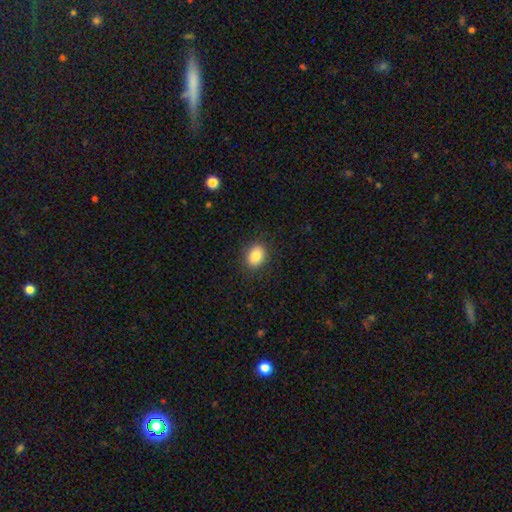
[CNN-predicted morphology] smooth 84%, star or artifact 9%, featured or disk 7%. Down the decision tree: how rounded — in between (62%); merging — none (87%).